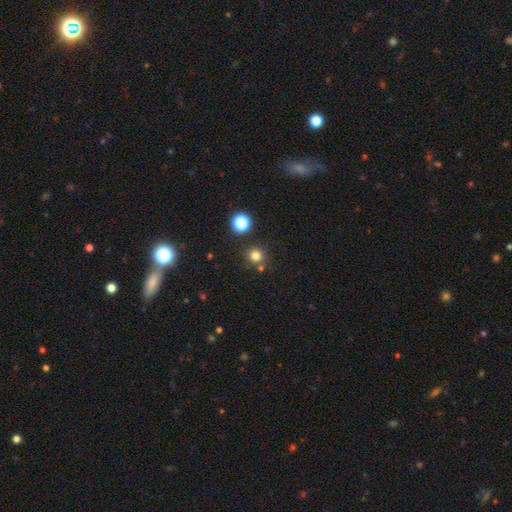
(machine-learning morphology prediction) Overall: smooth (77%). How rounded: round (93%). Merging: none (82%).